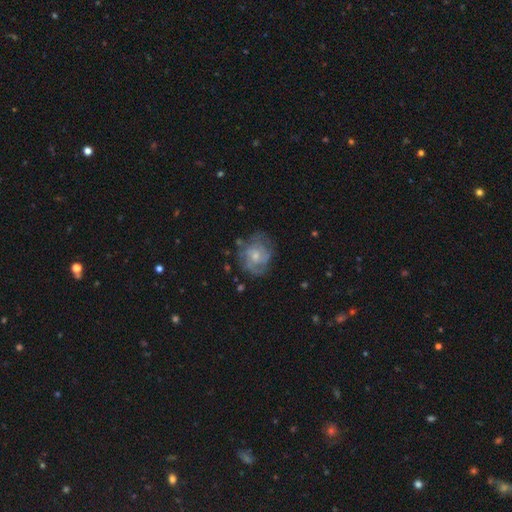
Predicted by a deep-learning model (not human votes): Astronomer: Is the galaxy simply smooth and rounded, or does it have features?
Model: featured or disk — 69%.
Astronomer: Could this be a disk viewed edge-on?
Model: no — 98%.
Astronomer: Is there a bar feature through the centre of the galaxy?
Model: no — 74%.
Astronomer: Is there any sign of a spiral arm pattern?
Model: yes — 77%.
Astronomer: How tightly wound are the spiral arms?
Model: tight — 51% (runner-up: medium, 36%).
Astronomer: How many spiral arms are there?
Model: can't tell — 42% (runner-up: 2, 24%).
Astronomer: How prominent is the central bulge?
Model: small — 55% (runner-up: moderate, 38%).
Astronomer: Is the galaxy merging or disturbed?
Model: none — 61%.